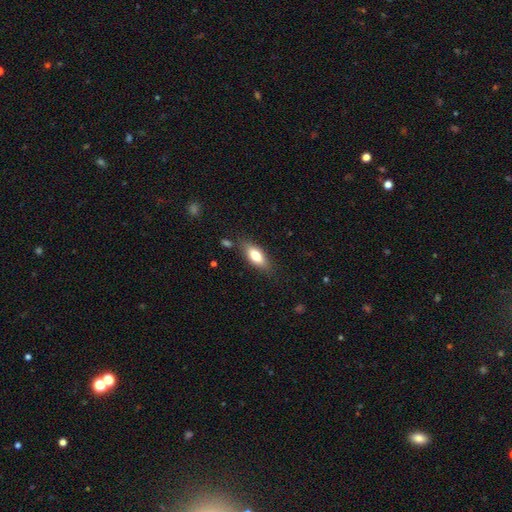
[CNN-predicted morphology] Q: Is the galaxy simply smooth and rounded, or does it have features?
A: smooth — 75%.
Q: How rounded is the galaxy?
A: in between — 79%.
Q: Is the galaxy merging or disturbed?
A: none — 79%.